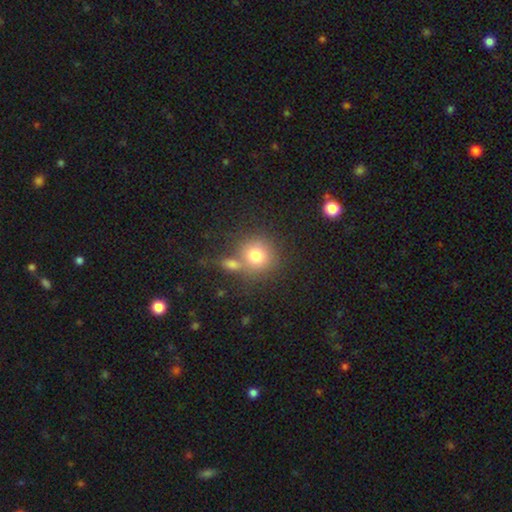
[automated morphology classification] This is likely a smooth galaxy (77%). How rounded: clearly round (88%). Merging: possibly none (57%).